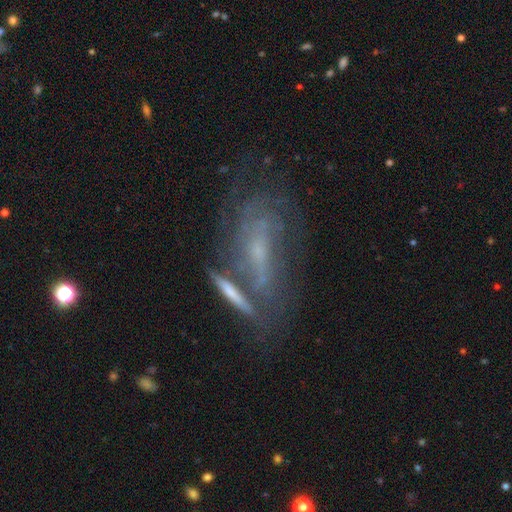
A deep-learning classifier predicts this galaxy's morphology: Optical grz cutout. It shows a featured or disk galaxy (67%) with no bar (45%), spiral arms (72%) and a small central bulge (72%). Merging: none (52%).